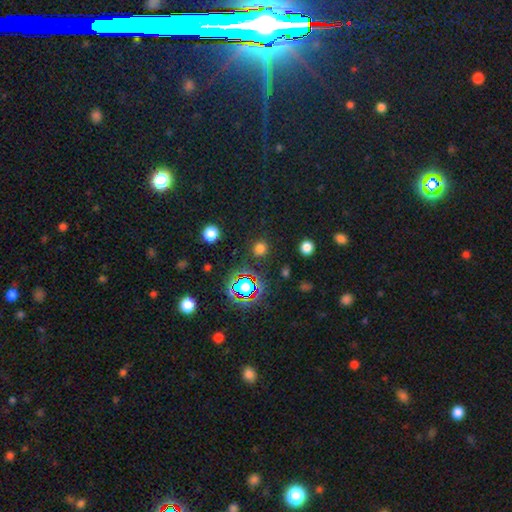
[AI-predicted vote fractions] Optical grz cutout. It shows a star or artifact, not a galaxy (79%).